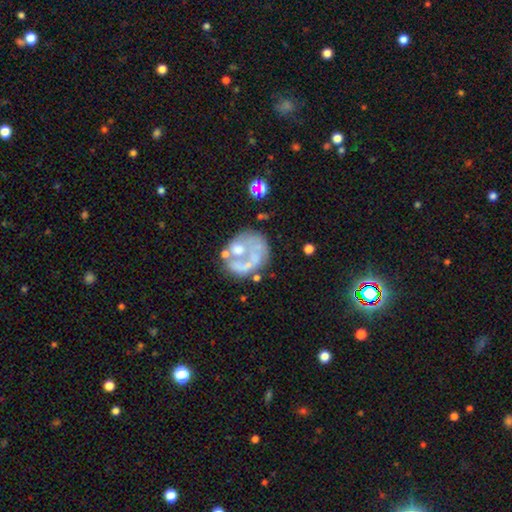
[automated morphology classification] The model was most divided on "merging": none: 39%, major disturbance: 27%, merger: 18%, minor disturbance: 17%. Remaining: edge-on disk — no (98%); bar — no (90%); spiral arms — no (76%); smooth or featured — featured or disk (61%); bulge size — none (49%).